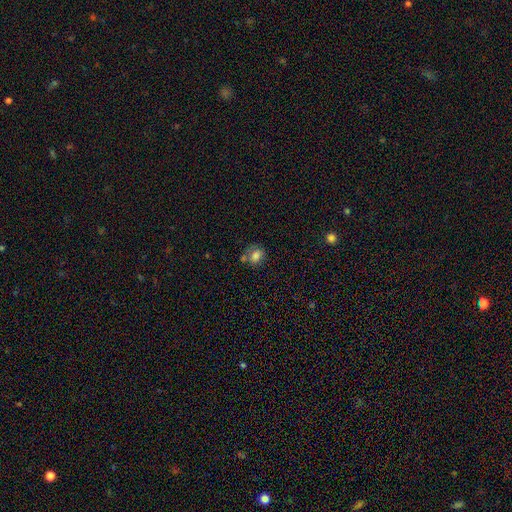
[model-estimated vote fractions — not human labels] A smooth galaxy with no disk features (76%) that is in between round and cigar-shaped (49%, tied with round). Merging: none (49%).